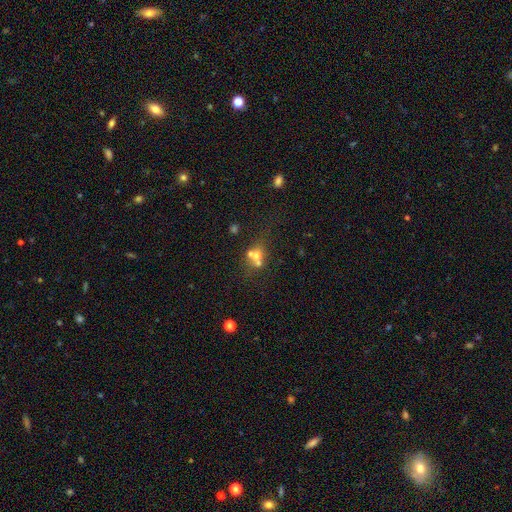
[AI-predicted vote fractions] The model was most divided on "merging": merger: 54%, none: 32%, minor disturbance: 8%, major disturbance: 6%. More confident: how rounded — round (69%); smooth or featured — smooth (53%).